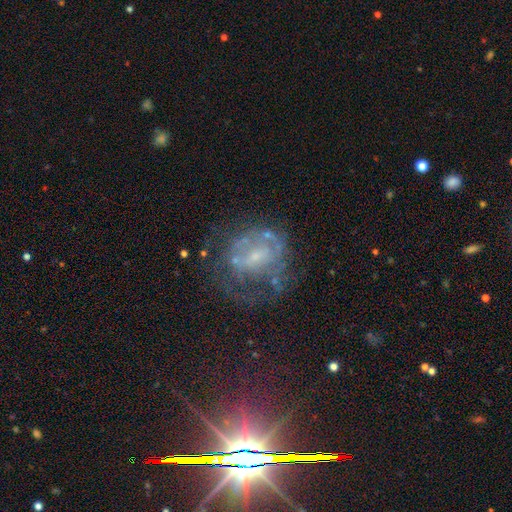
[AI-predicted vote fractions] Morphology: type=featured or disk (63%); edge-on=no (97%); bar=no (58%); spiral arms=no (53%); bulge=small (52%); merging=none (44%).